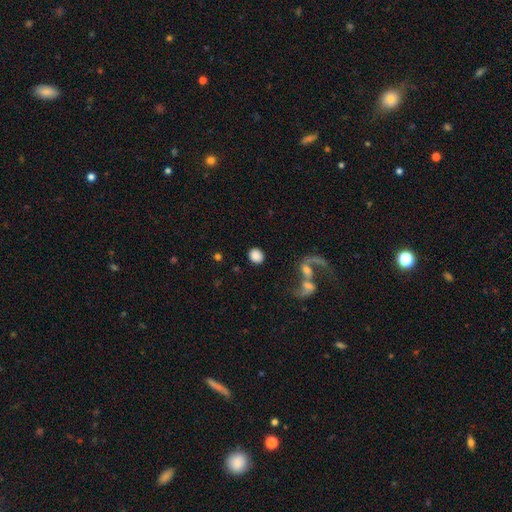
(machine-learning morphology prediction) Smooth or featured?
  - smooth: 84% *
  - featured or disk: 8%
  - star or artifact: 8%
How rounded?
  - round: 77% *
  - in between: 21%
  - cigar-shaped: 2%
Merging?
  - none: 77% *
  - merger: 8%
  - minor disturbance: 8%
  - major disturbance: 7%